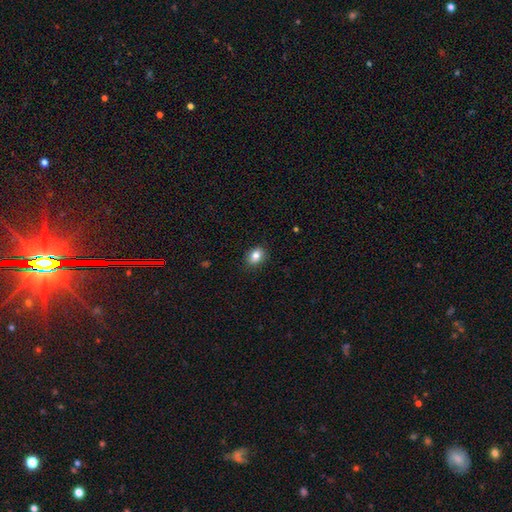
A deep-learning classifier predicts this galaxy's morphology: smooth-or-featured: smooth: 85% | star or artifact: 9% | featured or disk: 6%
  how-rounded: in between: 67% | round: 32% | cigar-shaped: 1%
  merging: none: 87% | minor disturbance: 10% | major disturbance: 2% | merger: 1%